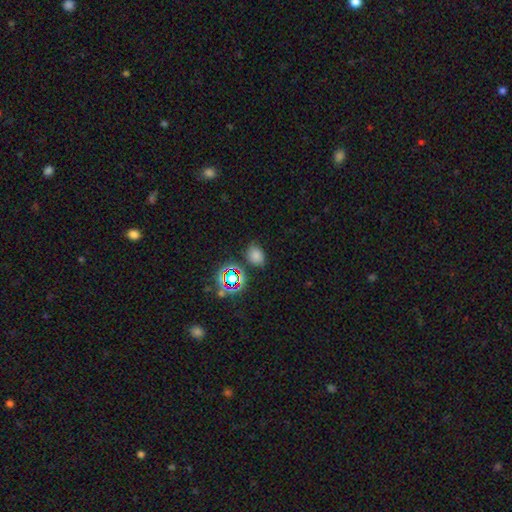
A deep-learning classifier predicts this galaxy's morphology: This is likely a smooth galaxy (67%). How rounded: likely in between (65%). Merging: likely none (72%).